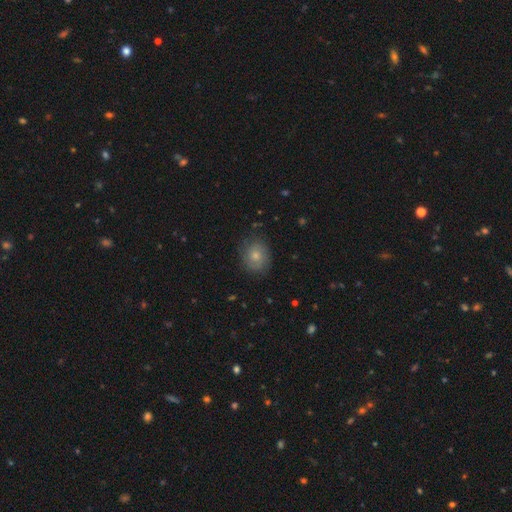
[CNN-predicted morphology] Smooth or featured: smooth — 60% (featured or disk — 30%)
How rounded: round — 65% (in between — 34%)
Merging: none — 78% (minor disturbance — 16%)